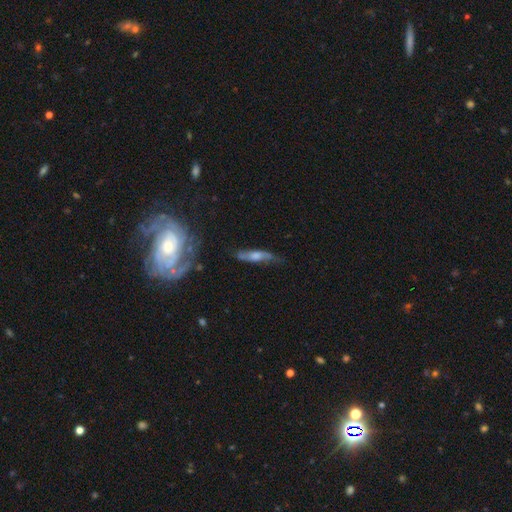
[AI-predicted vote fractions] Q: Smooth or featured?
A: featured or disk (55%); runner-up: smooth (37%)
Q: Edge-on disk?
A: yes (58%); runner-up: no (42%)
Q: Merging?
A: none (63%); runner-up: minor disturbance (25%)